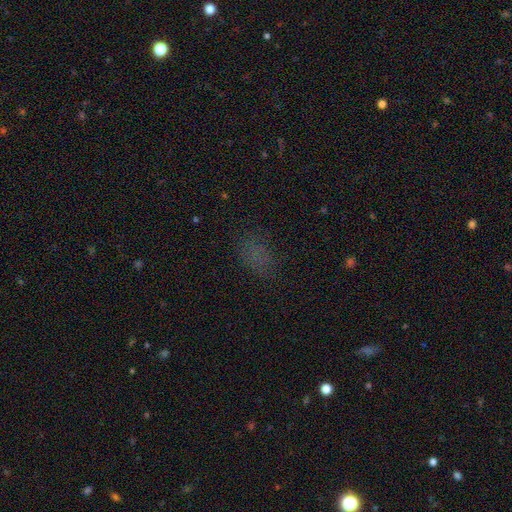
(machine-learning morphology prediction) Smooth or featured? Predicted: smooth (p=0.64). How rounded? Predicted: in between (p=0.78). Merging? Predicted: none (p=0.77).